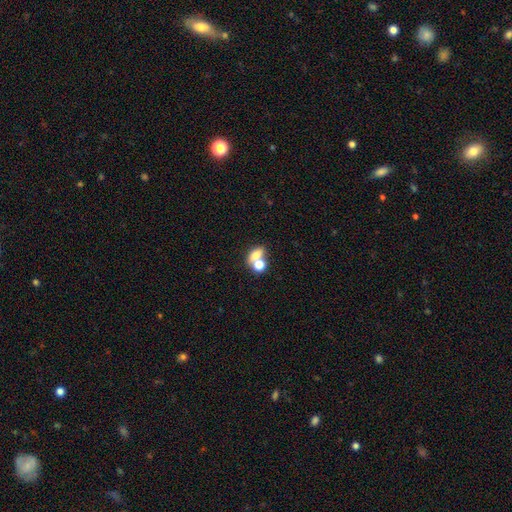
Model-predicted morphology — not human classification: type=smooth (71%); roundness=in between (64%); merging=merger (54%).